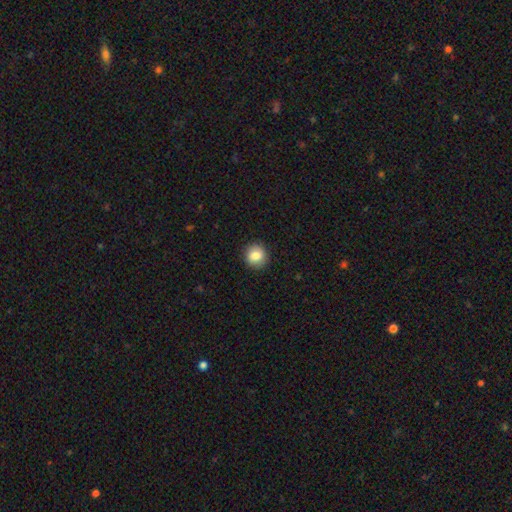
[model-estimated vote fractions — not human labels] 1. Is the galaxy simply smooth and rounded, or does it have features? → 85% smooth, 9% star or artifact, 6% featured or disk.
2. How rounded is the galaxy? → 90% round, 9% in between, 1% cigar-shaped.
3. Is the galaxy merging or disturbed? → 91% none, 6% minor disturbance, 2% major disturbance, 1% merger.